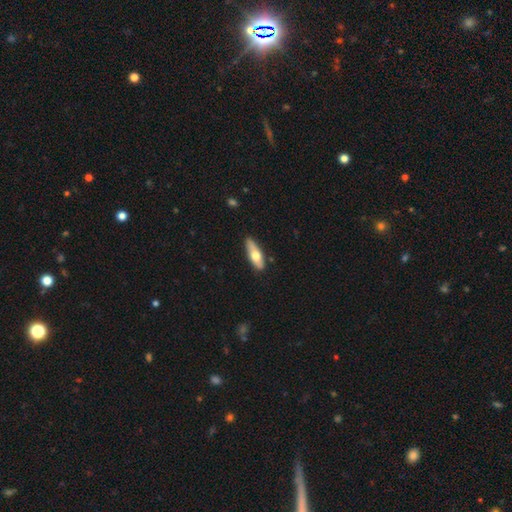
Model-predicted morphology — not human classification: Smooth or featured: smooth — 59% (featured or disk — 35%)
How rounded: in between — 54% (cigar-shaped — 44%)
Merging: none — 82% (minor disturbance — 14%)